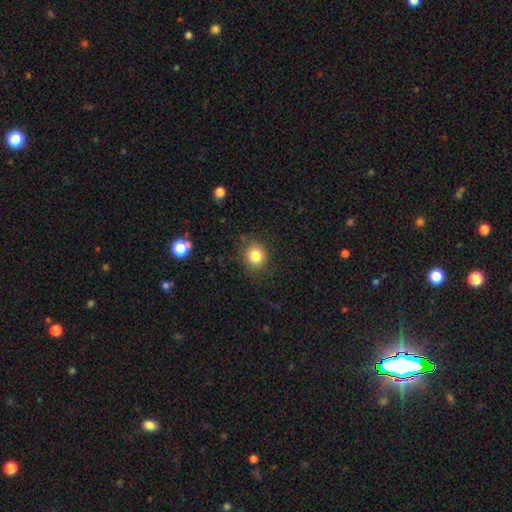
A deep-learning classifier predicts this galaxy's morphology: Smooth or featured? smooth (83%)
How rounded? round (82%)
Merging? none (84%)